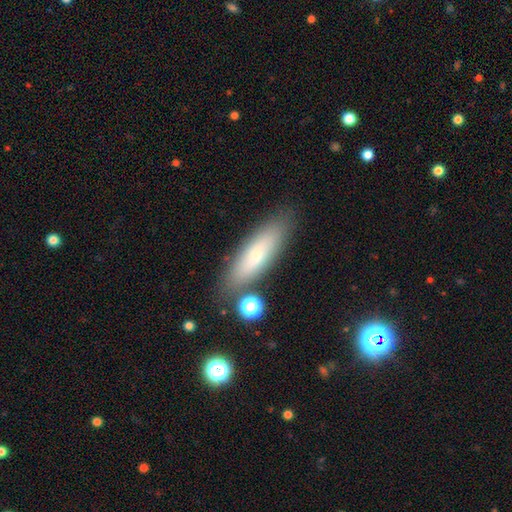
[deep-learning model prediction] Q: Smooth or featured?
A: smooth (68%); runner-up: featured or disk (25%)
Q: How rounded?
A: cigar-shaped (56%); runner-up: in between (42%)
Q: Merging?
A: none (80%); runner-up: minor disturbance (12%)